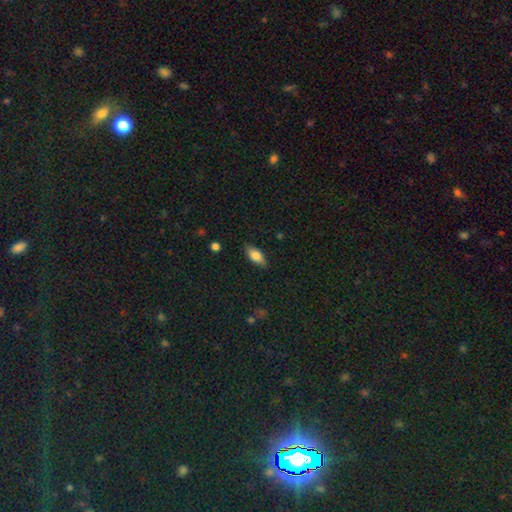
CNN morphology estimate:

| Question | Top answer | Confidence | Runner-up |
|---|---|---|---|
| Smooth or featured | smooth | 78% | featured or disk (15%) |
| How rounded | in between | 83% | cigar-shaped (14%) |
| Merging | none | 85% | minor disturbance (11%) |